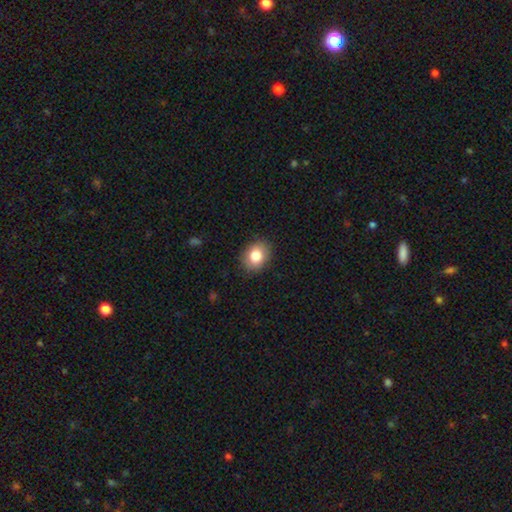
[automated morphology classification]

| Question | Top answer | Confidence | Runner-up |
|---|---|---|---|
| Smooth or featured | smooth | 82% | featured or disk (9%) |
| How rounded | in between | 53% | round (46%) |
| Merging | none | 87% | minor disturbance (10%) |